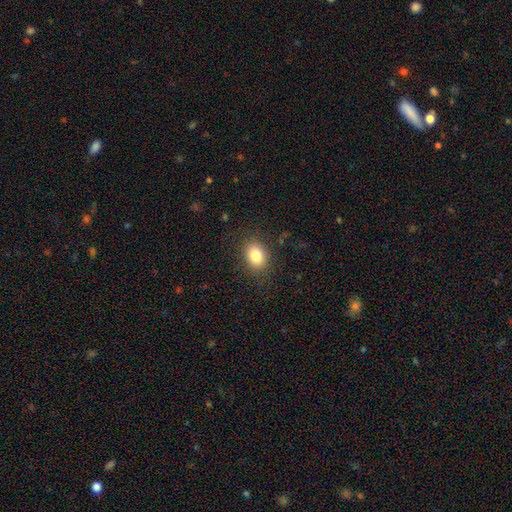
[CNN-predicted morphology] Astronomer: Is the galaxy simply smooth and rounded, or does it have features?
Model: smooth — 84%.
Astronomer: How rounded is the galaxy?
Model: in between — 74%.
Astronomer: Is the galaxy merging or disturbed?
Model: none — 85%.